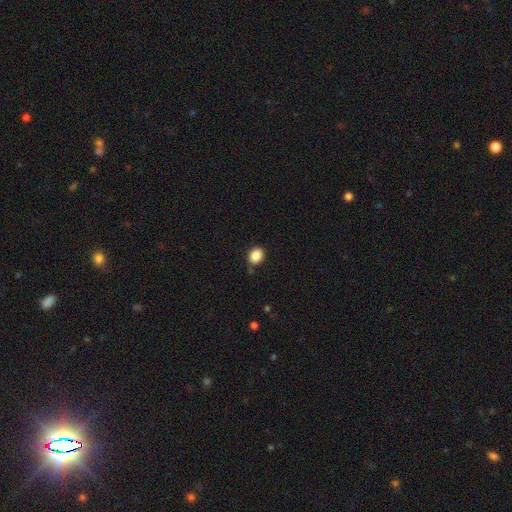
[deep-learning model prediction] A smooth galaxy with no disk features (87%) that is round (50%).

Vote fractions:
- Smooth or featured? smooth: 87% / star or artifact: 9% / featured or disk: 4%
- How rounded? round: 50% / in between: 49% / cigar-shaped: 1%
- Merging? none: 81% / minor disturbance: 14% / major disturbance: 3% / merger: 3%